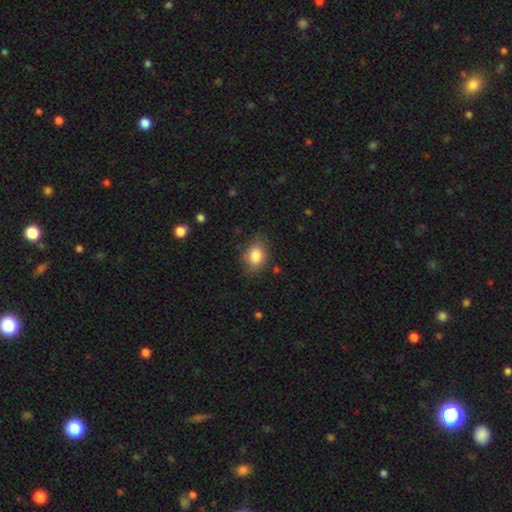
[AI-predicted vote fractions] Smooth or featured?
  - smooth: 83% *
  - star or artifact: 9%
  - featured or disk: 8%
How rounded?
  - in between: 66% *
  - round: 32%
  - cigar-shaped: 1%
Merging?
  - none: 74% *
  - minor disturbance: 20%
  - major disturbance: 5%
  - merger: 2%